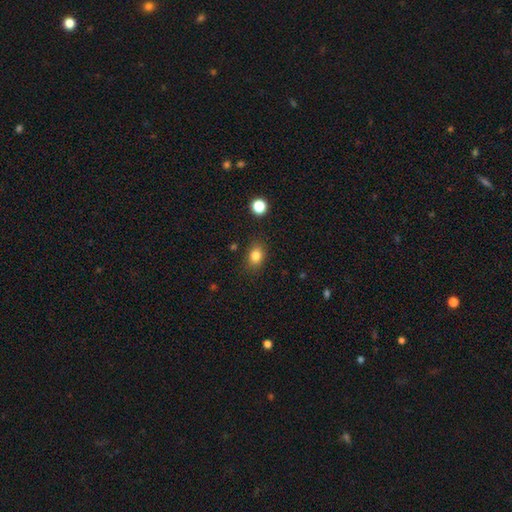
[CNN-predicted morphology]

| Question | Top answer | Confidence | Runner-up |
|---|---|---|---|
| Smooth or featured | smooth | 83% | star or artifact (11%) |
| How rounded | in between | 67% | round (32%) |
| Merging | none | 83% | minor disturbance (11%) |